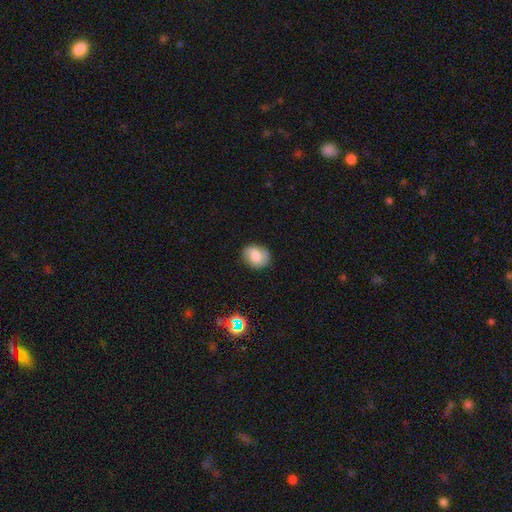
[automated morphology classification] type=smooth (69%); roundness=round (58%); merging=none (80%).